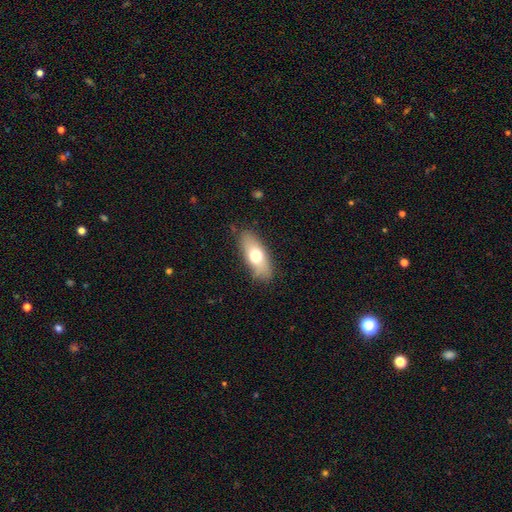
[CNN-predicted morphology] Smooth or featured? Predicted: smooth (p=0.65). How rounded? Predicted: in between (p=0.76). Merging? Predicted: none (p=0.82).